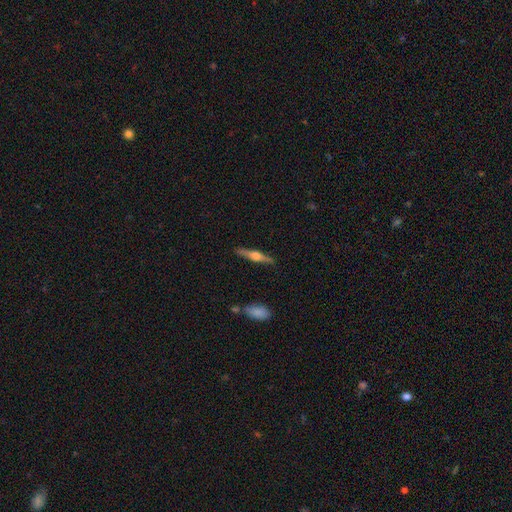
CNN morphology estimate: Smooth or featured: featured or disk — 73% (smooth — 22%)
Edge-on disk: yes — 98% (no — 2%)
Edge-on bulge: rounded — 91% (boxy — 7%)
Merging: none — 89% (minor disturbance — 8%)